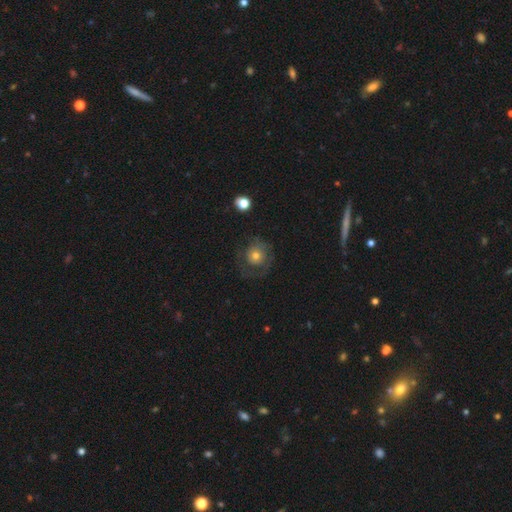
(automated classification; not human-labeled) The model was most divided on "smooth or featured": smooth: 59%, featured or disk: 31%, star or artifact: 9%. More confident: how rounded — round (88%); merging — none (57%).